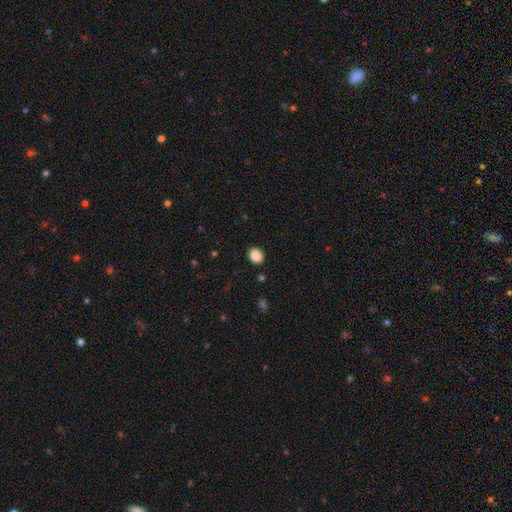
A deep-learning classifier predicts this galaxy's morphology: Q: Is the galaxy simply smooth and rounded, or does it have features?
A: smooth — 88%.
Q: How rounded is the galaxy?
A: round — 61%.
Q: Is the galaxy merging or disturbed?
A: none — 91%.